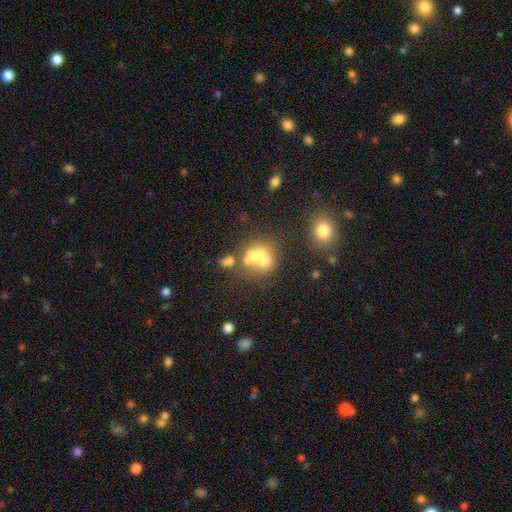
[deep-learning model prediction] Morphology: type=smooth (53%); roundness=round (62%); merging=merger (58%).